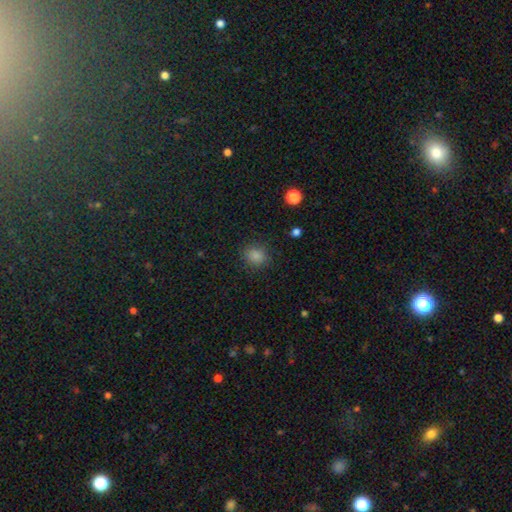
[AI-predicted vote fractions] Smooth or featured? smooth (84%)
How rounded? round (69%)
Merging? none (86%)